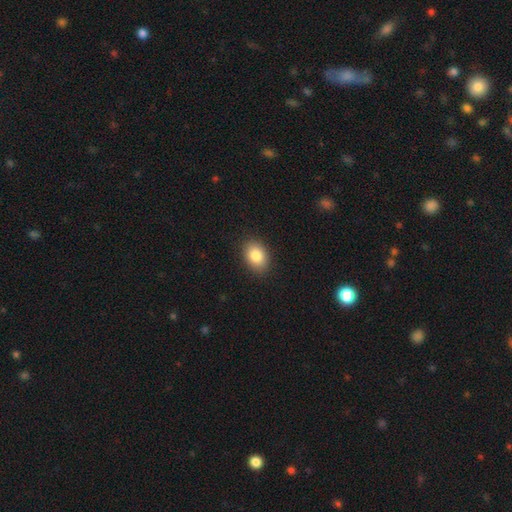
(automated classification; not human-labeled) Smooth or featured? Predicted: smooth (p=0.85). How rounded? Predicted: in between (p=0.78). Merging? Predicted: none (p=0.89).